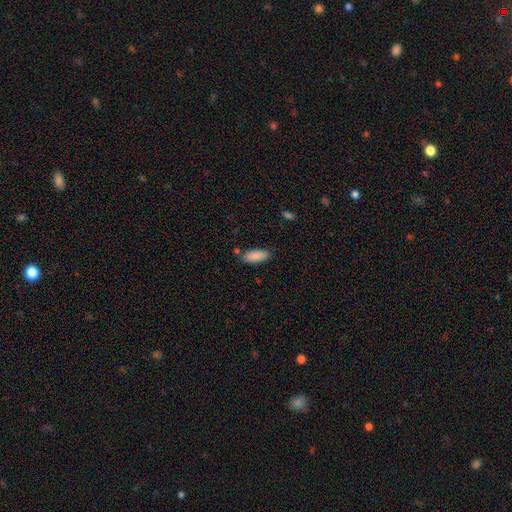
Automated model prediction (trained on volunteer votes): This appears to be a smooth galaxy with no disk features (89%) that is in between round and cigar-shaped (80%). Merging: none (80%).